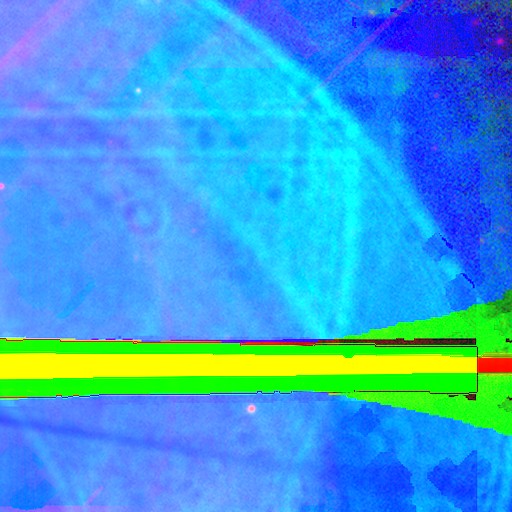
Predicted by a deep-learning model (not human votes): smooth_or_featured: star or artifact (p=0.86) [alt: featured or disk p=0.07]